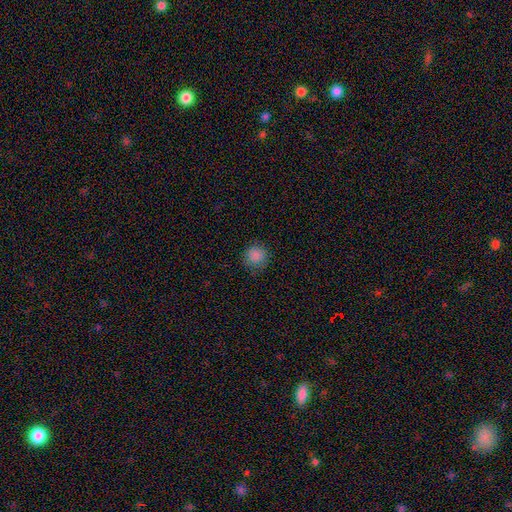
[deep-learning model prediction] smooth-or-featured: smooth: 86% | star or artifact: 11% | featured or disk: 4%
  how-rounded: round: 91% | in between: 8% | cigar-shaped: 1%
  merging: none: 83% | minor disturbance: 12% | major disturbance: 4% | merger: 1%